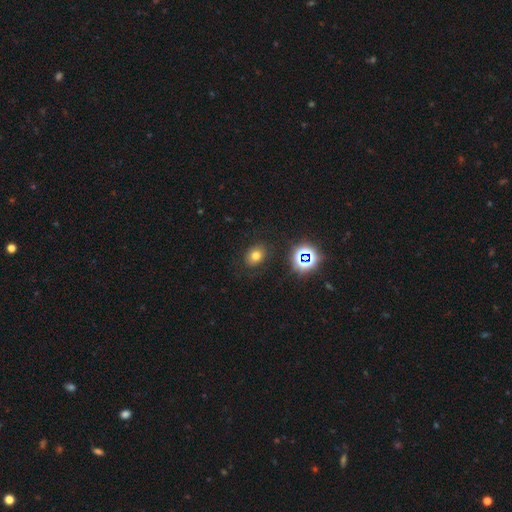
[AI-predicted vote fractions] This is likely a smooth galaxy (69%). How rounded: possibly in between (54%). Merging: clearly none (84%).